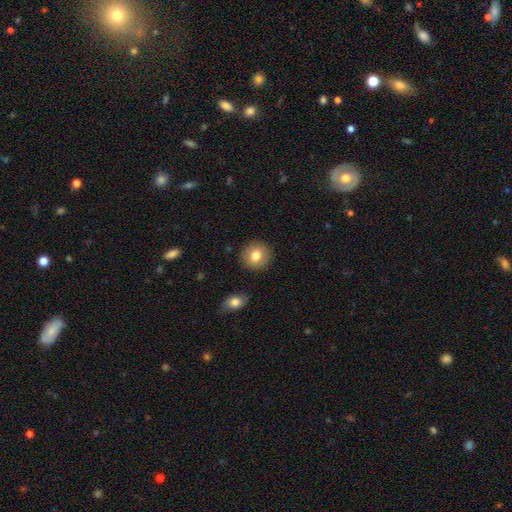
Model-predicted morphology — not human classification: A smooth galaxy with no disk features (79%) that is round (88%).

Vote fractions:
- Smooth or featured? smooth: 79% / featured or disk: 12% / star or artifact: 9%
- How rounded? round: 88% / in between: 11% / cigar-shaped: 1%
- Merging? none: 89% / minor disturbance: 7% / major disturbance: 2% / merger: 2%